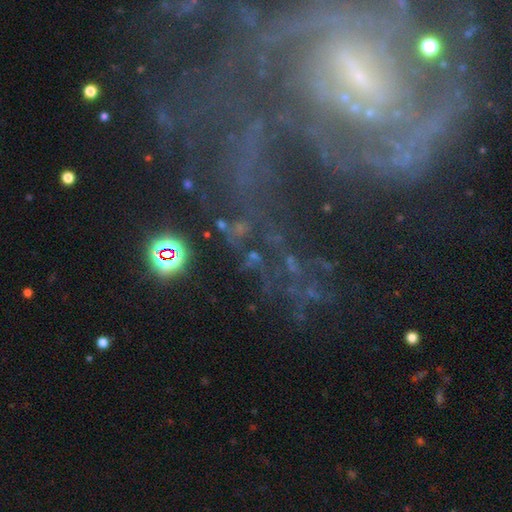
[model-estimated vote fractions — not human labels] The model was most divided on "spiral arm count": can't tell: 29%, 2: 27%, 3: 14%, 4: 11%, more than 4: 10%, 1: 10%. Remaining: edge-on disk — no (96%); spiral arms — yes (91%); smooth or featured — featured or disk (79%); bulge size — small (63%); merging — none (57%); spiral winding — tight (55%); bar — weak (38%).